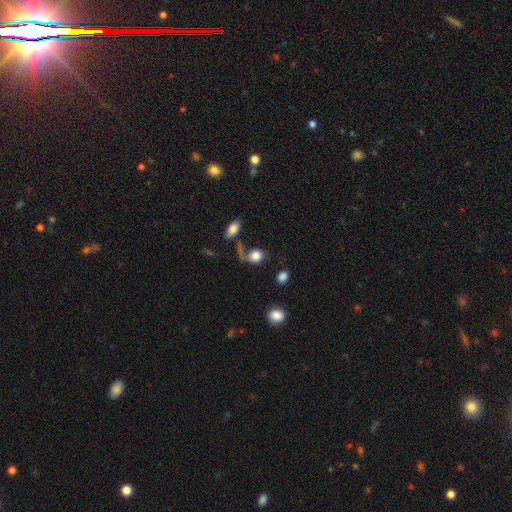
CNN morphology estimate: smooth_or_featured: smooth (p=0.79) [alt: featured or disk p=0.12]
how_rounded: round (p=0.54) [alt: in between p=0.44]
merging: none (p=0.43) [alt: major disturbance p=0.21]